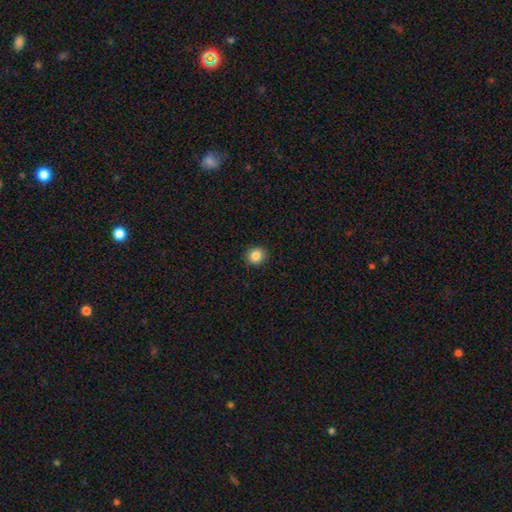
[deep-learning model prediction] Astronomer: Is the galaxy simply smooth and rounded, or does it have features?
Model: smooth — 86%.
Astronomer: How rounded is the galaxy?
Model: round — 88%.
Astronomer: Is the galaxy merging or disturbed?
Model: none — 92%.